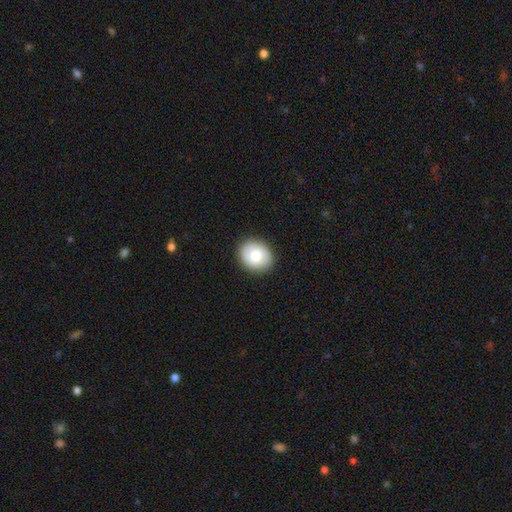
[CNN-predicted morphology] Smooth or featured? smooth (71%)
How rounded? round (68%)
Merging? none (89%)